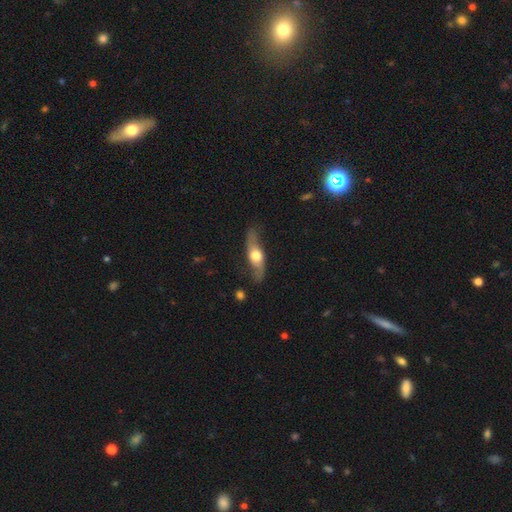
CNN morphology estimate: A featured or disk galaxy (64%) viewed edge-on (50%, tied with no). Merging: none (71%).